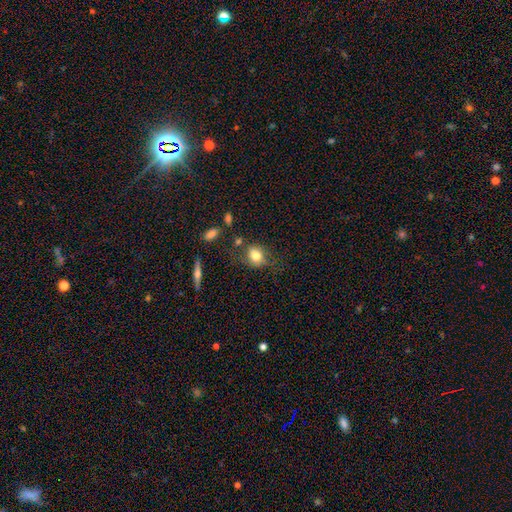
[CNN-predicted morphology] Smooth or featured?
  - smooth: 75% *
  - featured or disk: 16%
  - star or artifact: 9%
How rounded?
  - in between: 50% *
  - round: 48%
  - cigar-shaped: 2%
Merging?
  - none: 58% *
  - minor disturbance: 23%
  - major disturbance: 12%
  - merger: 7%